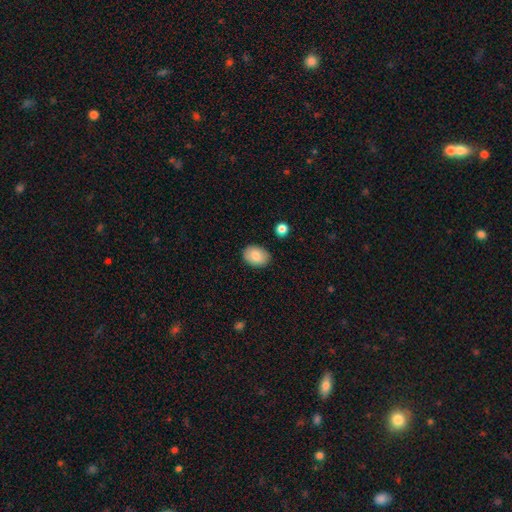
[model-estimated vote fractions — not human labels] smooth-or-featured: smooth: 84% | featured or disk: 9% | star or artifact: 7%
  how-rounded: in between: 76% | round: 23% | cigar-shaped: 1%
  merging: none: 86% | minor disturbance: 10% | major disturbance: 2% | merger: 2%